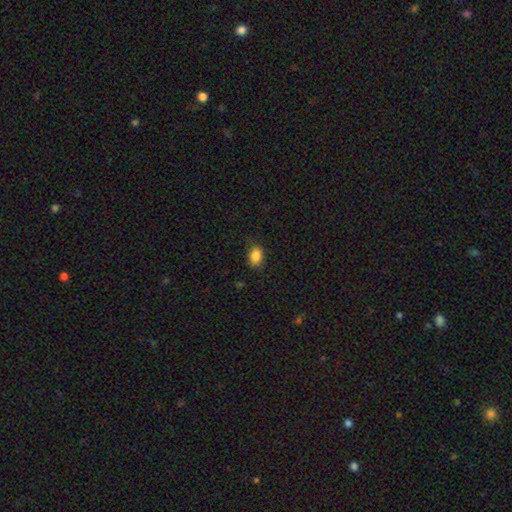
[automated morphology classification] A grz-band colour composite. It shows a smooth galaxy with no disk features (86%) that is in between round and cigar-shaped (73%). Merging: none (79%).